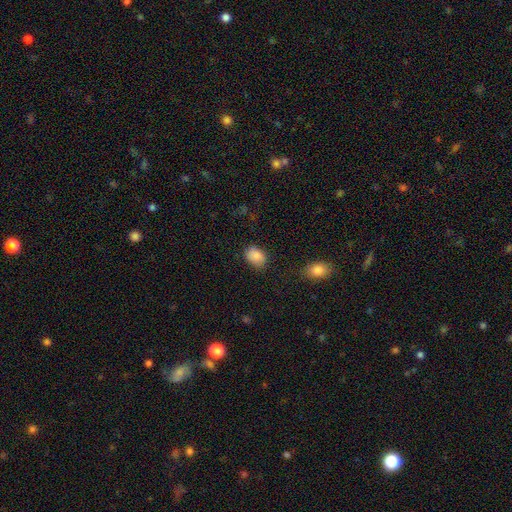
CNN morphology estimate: smooth-or-featured: smooth: 86% | star or artifact: 8% | featured or disk: 6%
  how-rounded: in between: 70% | round: 29% | cigar-shaped: 1%
  merging: none: 76% | minor disturbance: 18% | major disturbance: 4% | merger: 2%